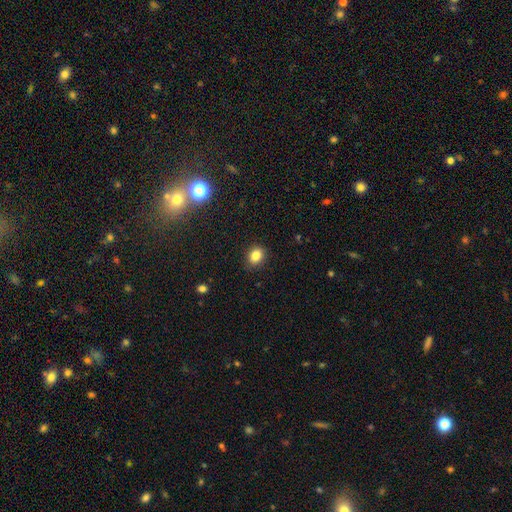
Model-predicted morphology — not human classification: smooth 83%, star or artifact 12%, featured or disk 6%. Down the decision tree: how rounded — round (52%); merging — none (88%).